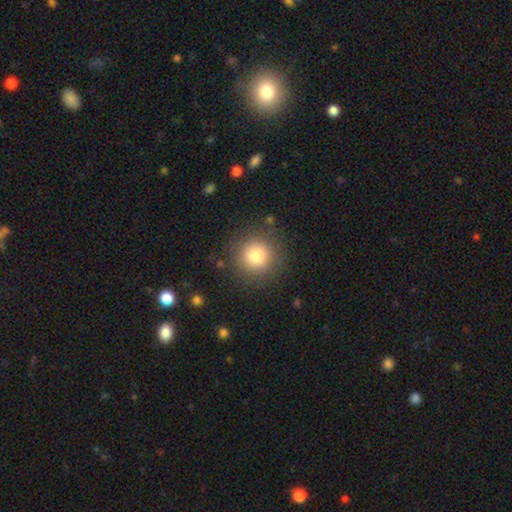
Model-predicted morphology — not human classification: smooth_or_featured: smooth (p=0.81) [alt: star or artifact p=0.11]
how_rounded: round (p=0.94) [alt: in between p=0.05]
merging: none (p=0.86) [alt: minor disturbance p=0.08]